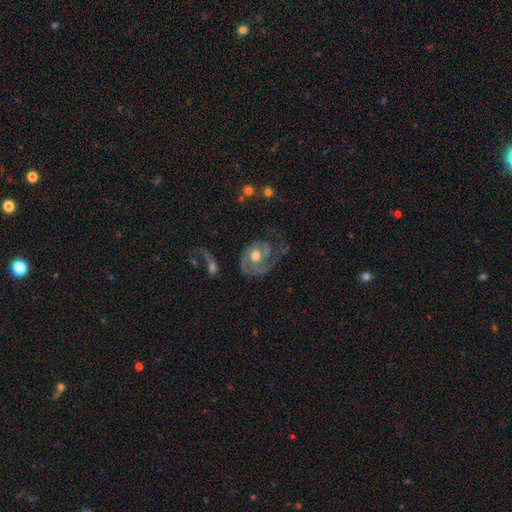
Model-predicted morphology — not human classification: smooth_or_featured: featured or disk (p=0.86) [alt: smooth p=0.09]
disk_edge_on: no (p=0.98) [alt: yes p=0.02]
bar: no (p=0.73) [alt: weak p=0.22]
has_spiral_arms: yes (p=0.95) [alt: no p=0.05]
spiral_winding: tight (p=0.43) [alt: medium p=0.40]
spiral_arm_count: 2 (p=0.54) [alt: 1 p=0.24]
bulge_size: moderate (p=0.76) [alt: large p=0.11]
merging: none (p=0.50) [alt: major disturbance p=0.25]